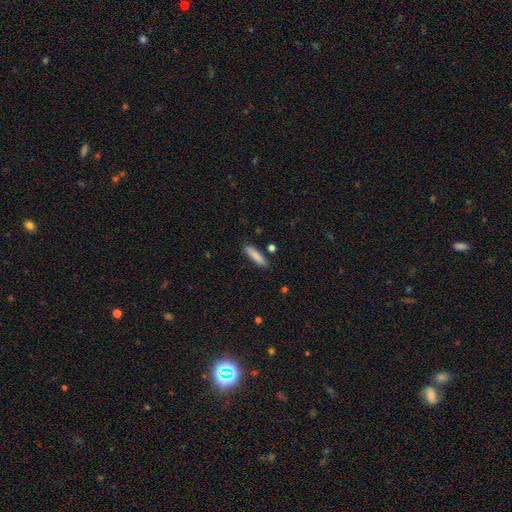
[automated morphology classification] A smooth galaxy with no disk features (83%) that is cigar-shaped (81%). Merging: none (86%).